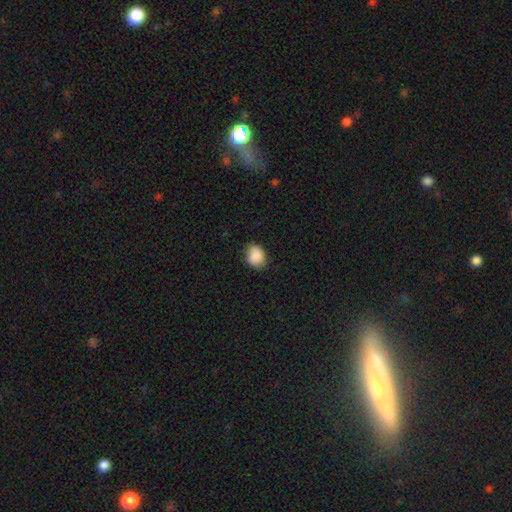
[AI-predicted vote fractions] Smooth or featured?
  - smooth: 88% *
  - star or artifact: 8%
  - featured or disk: 4%
How rounded?
  - in between: 51% *
  - round: 48%
  - cigar-shaped: 1%
Merging?
  - none: 75% *
  - minor disturbance: 20%
  - major disturbance: 4%
  - merger: 1%